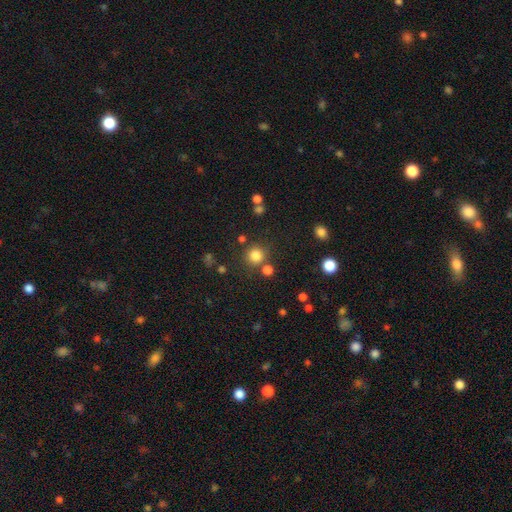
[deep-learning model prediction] This appears to be a smooth galaxy with no disk features (81%) that is round (93%). Merging: none (80%).